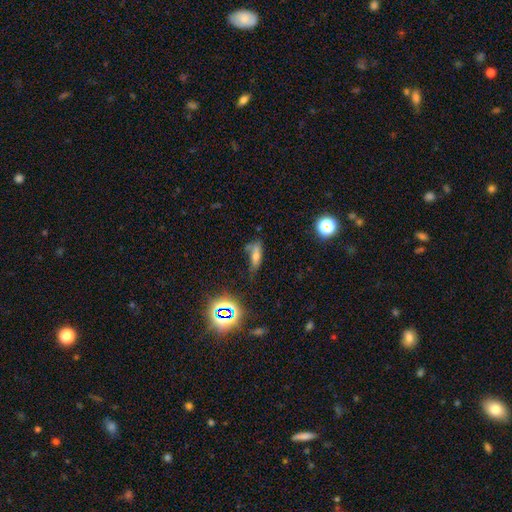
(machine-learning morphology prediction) A smooth galaxy with no disk features (51%) that is in between round and cigar-shaped (50%). Merging: none (44%).